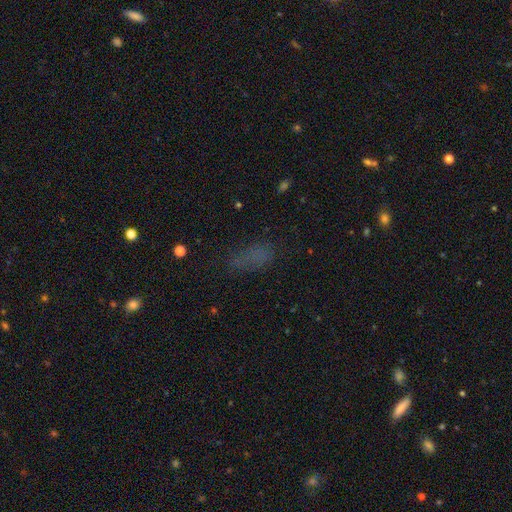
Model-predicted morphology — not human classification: smooth-or-featured: smooth: 63% | star or artifact: 25% | featured or disk: 12%
  how-rounded: in between: 80% | cigar-shaped: 13% | round: 7%
  merging: none: 60% | minor disturbance: 21% | major disturbance: 15% | merger: 3%